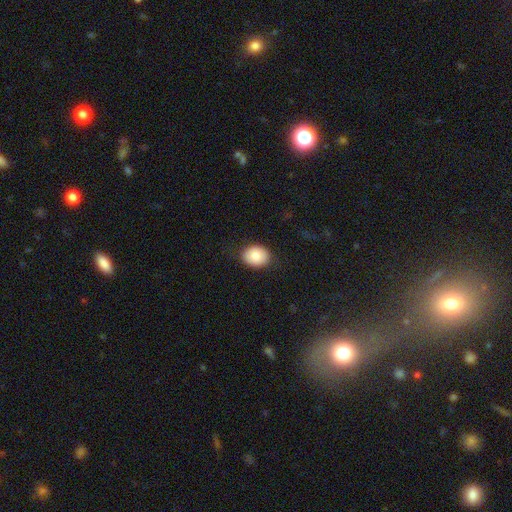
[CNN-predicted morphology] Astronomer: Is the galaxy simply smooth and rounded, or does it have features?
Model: smooth — 83%.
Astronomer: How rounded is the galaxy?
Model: in between — 57% (runner-up: round, 42%).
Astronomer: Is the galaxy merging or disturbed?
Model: none — 84%.